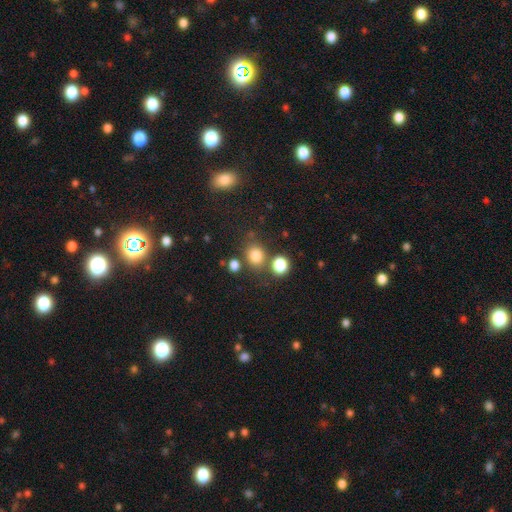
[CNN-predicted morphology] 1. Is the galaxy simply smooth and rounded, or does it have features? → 79% smooth, 15% star or artifact, 6% featured or disk.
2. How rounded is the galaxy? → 72% round, 27% in between, 1% cigar-shaped.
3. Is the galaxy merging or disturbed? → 71% none, 14% merger, 11% minor disturbance, 4% major disturbance.